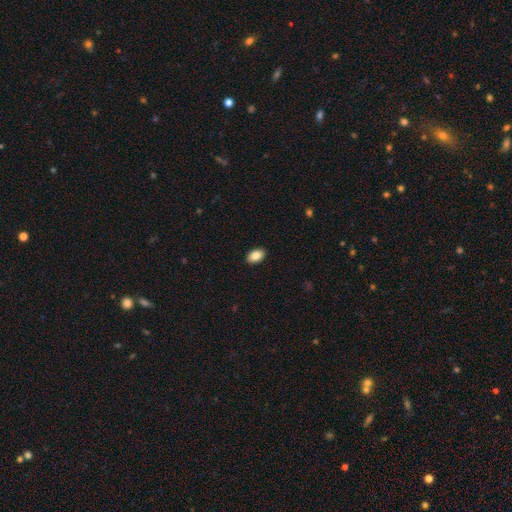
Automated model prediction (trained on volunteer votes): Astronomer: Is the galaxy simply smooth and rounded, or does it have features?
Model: smooth — 87%.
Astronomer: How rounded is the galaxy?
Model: in between — 91%.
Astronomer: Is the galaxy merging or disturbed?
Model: none — 90%.